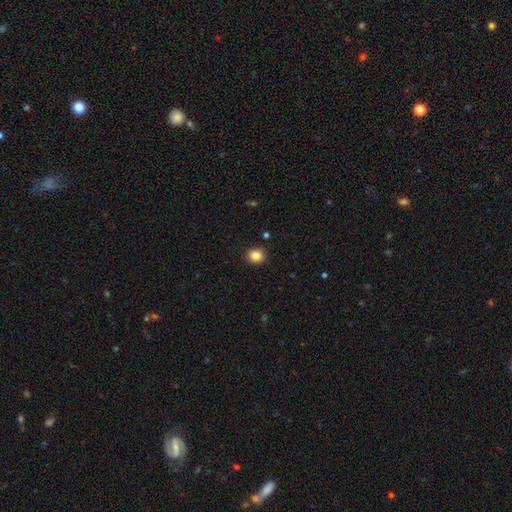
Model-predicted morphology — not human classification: Smooth or featured: smooth — 84% (star or artifact — 11%)
How rounded: round — 81% (in between — 18%)
Merging: none — 91% (minor disturbance — 6%)